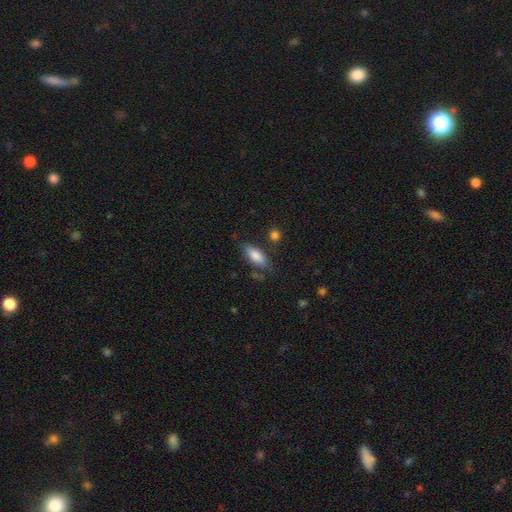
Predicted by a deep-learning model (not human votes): A smooth galaxy with no disk features (82%) that is in between round and cigar-shaped (80%). Merging: none (73%).